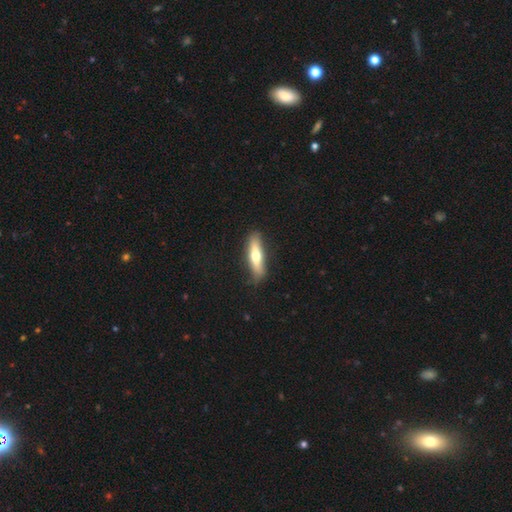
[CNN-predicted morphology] This is possibly a smooth galaxy (52%). How rounded: likely cigar-shaped (75%). Merging: clearly none (85%).